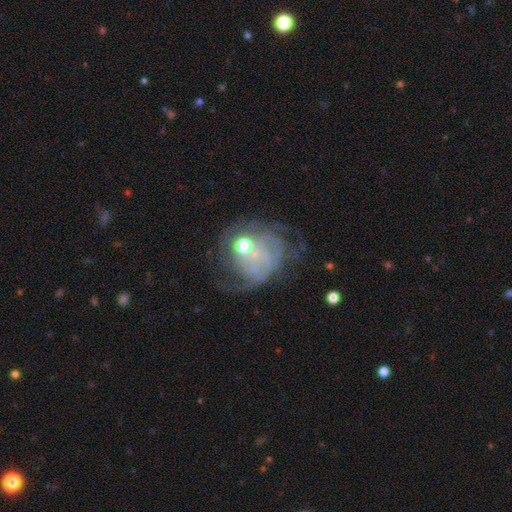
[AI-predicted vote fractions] A featured or disk galaxy (74%) with no bar (79%), tight (50%) spiral arms (82%) and a small central bulge (55%). Merging: none (43%).